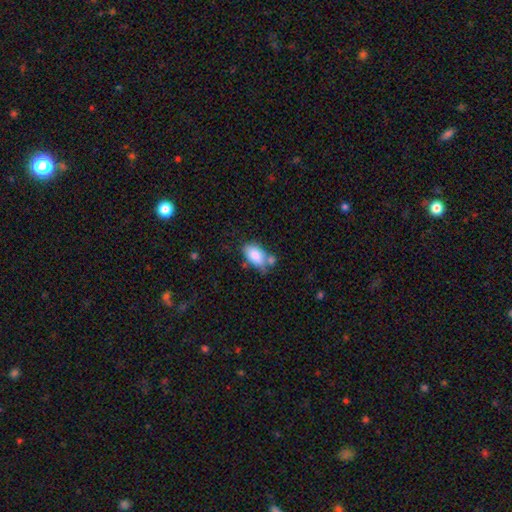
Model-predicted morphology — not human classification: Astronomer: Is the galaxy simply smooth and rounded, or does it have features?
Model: smooth — 83%.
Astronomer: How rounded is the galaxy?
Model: in between — 92%.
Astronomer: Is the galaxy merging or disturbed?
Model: none — 48% (runner-up: minor disturbance, 23%).